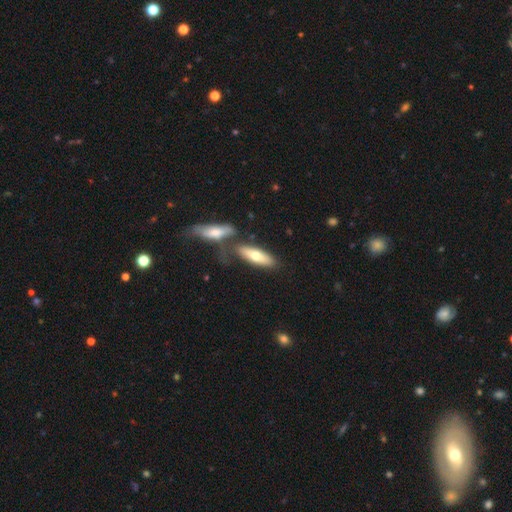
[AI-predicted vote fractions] Overall: smooth (63%; featured or disk 32%). How rounded: in between (55%; cigar-shaped 43%). Merging: none (56%; merger 27%).